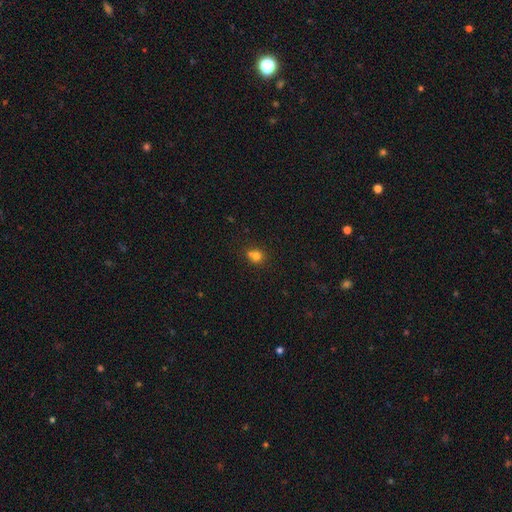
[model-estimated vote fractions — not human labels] Smooth or featured?
  - smooth: 76% *
  - star or artifact: 14%
  - featured or disk: 10%
How rounded?
  - round: 80% *
  - in between: 19%
  - cigar-shaped: 1%
Merging?
  - none: 49% *
  - merger: 37%
  - minor disturbance: 11%
  - major disturbance: 4%